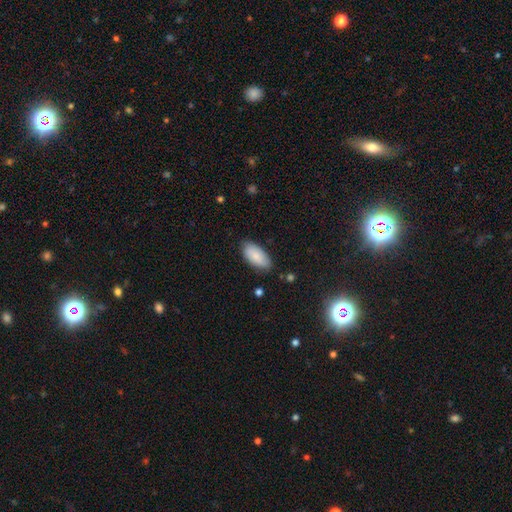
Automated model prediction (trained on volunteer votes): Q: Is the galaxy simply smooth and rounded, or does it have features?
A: smooth — 82%.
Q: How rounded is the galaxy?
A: in between — 92%.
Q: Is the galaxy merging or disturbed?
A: none — 79%.